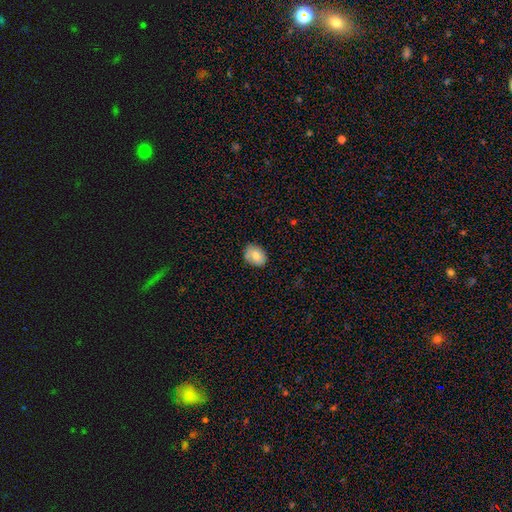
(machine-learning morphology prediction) Smooth or featured?
  - smooth: 78% *
  - featured or disk: 14%
  - star or artifact: 8%
How rounded?
  - in between: 63% *
  - round: 37%
  - cigar-shaped: 1%
Merging?
  - none: 77% *
  - minor disturbance: 18%
  - major disturbance: 3%
  - merger: 2%